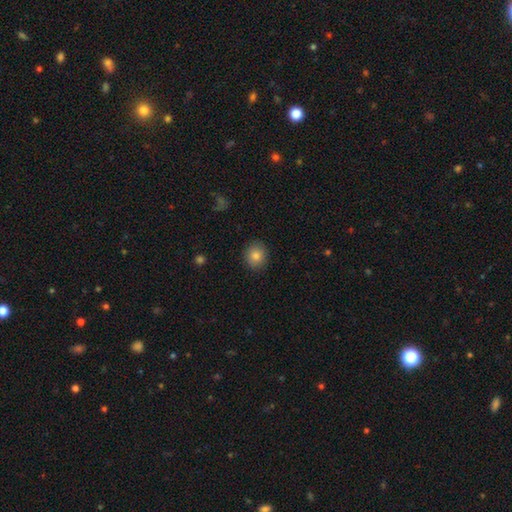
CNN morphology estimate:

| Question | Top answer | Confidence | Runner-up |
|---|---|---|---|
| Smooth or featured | smooth | 83% | star or artifact (10%) |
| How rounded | round | 80% | in between (19%) |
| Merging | none | 90% | minor disturbance (7%) |